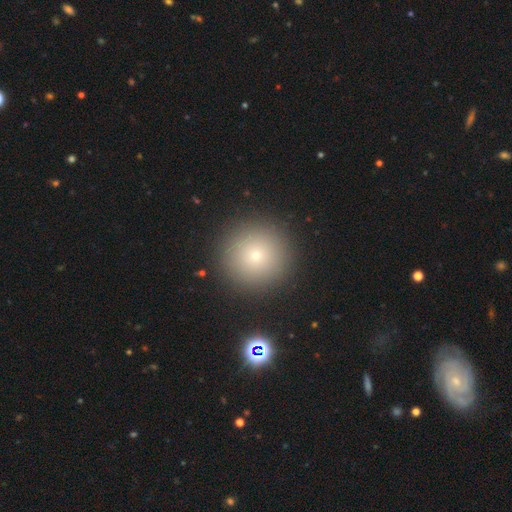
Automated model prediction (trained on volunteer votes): Overall: smooth (74%). How rounded: round (96%). Merging: none (91%).